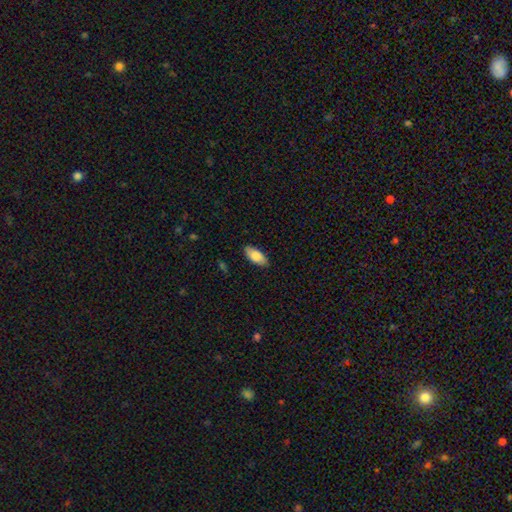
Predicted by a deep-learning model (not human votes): Smooth or featured? Predicted: smooth (p=0.83). How rounded? Predicted: in between (p=0.90). Merging? Predicted: none (p=0.87).